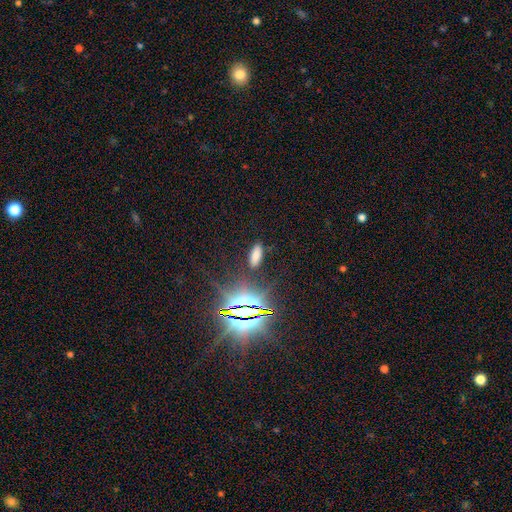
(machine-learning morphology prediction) Smooth or featured?
  - smooth: 66% *
  - star or artifact: 27%
  - featured or disk: 7%
How rounded?
  - in between: 74% *
  - cigar-shaped: 22%
  - round: 3%
Merging?
  - none: 85% *
  - minor disturbance: 9%
  - major disturbance: 3%
  - merger: 2%